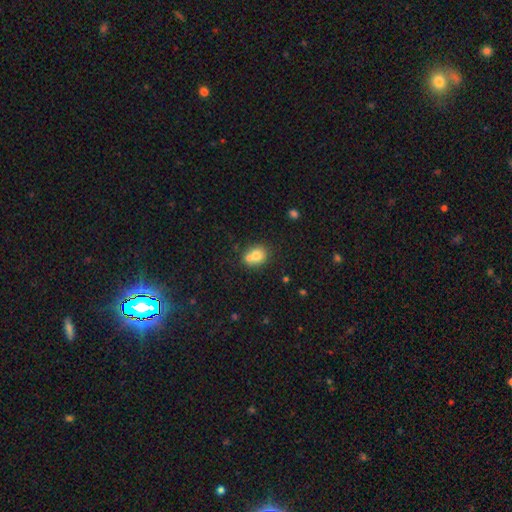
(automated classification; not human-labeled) Q: Smooth or featured?
A: smooth (72%); runner-up: featured or disk (17%)
Q: How rounded?
A: round (70%); runner-up: in between (29%)
Q: Merging?
A: merger (48%); runner-up: none (40%)